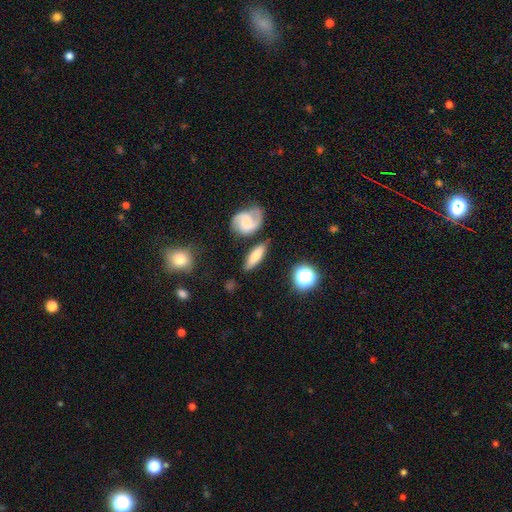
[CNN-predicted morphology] Smooth or featured? Predicted: smooth (p=0.58). How rounded? Predicted: in between (p=0.49). Merging? Predicted: none (p=0.74).